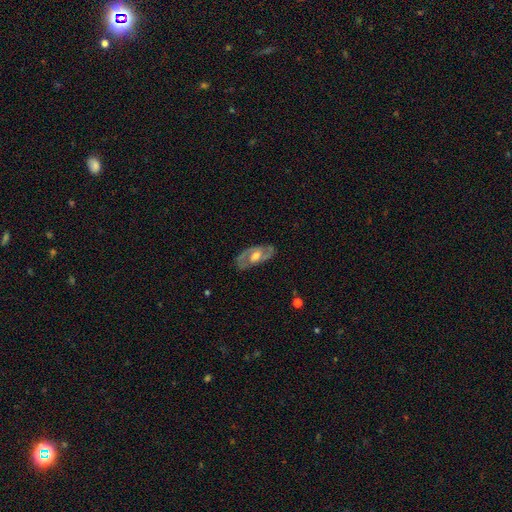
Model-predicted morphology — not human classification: The model was most divided on "bar": no: 47%, weak: 40%, strong: 13%. Remaining: edge-on disk — no (89%); merging — none (81%); spiral arm count — 2 (79%); spiral arms — yes (76%); smooth or featured — featured or disk (75%); bulge size — moderate (65%); spiral winding — medium (48%).